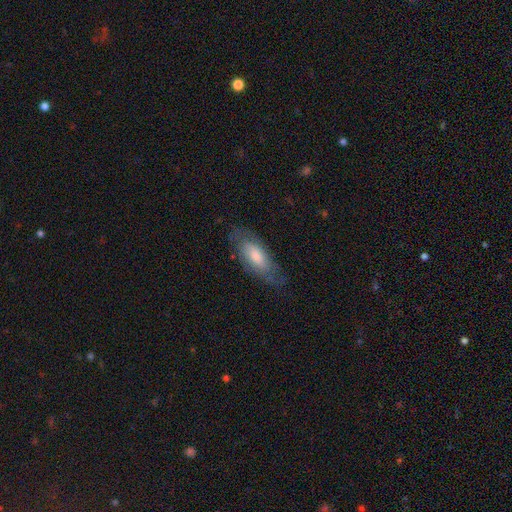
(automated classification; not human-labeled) Smooth or featured? smooth (48%)
Merging? none (71%)